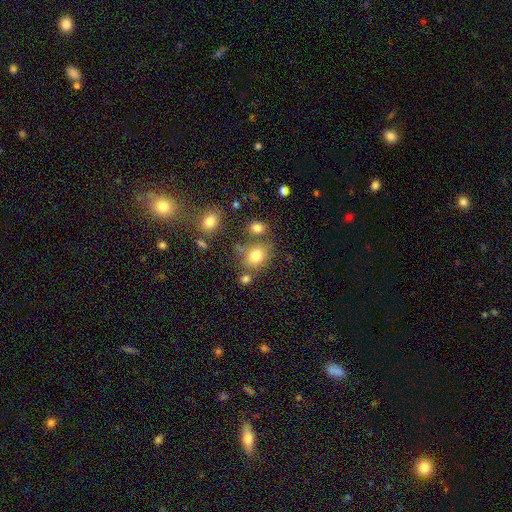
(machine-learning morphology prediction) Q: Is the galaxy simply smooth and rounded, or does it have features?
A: smooth — 78%.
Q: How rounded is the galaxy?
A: in between — 51%.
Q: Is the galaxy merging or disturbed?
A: none — 63%.